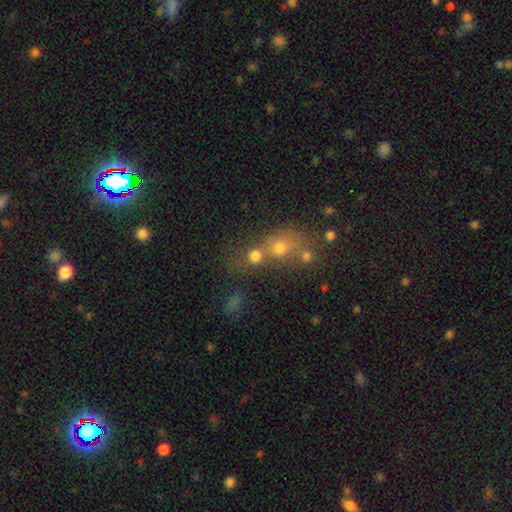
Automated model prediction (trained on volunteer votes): This appears to be a smooth galaxy with no disk features (61%) that is round (70%). Merging: merger (57%).